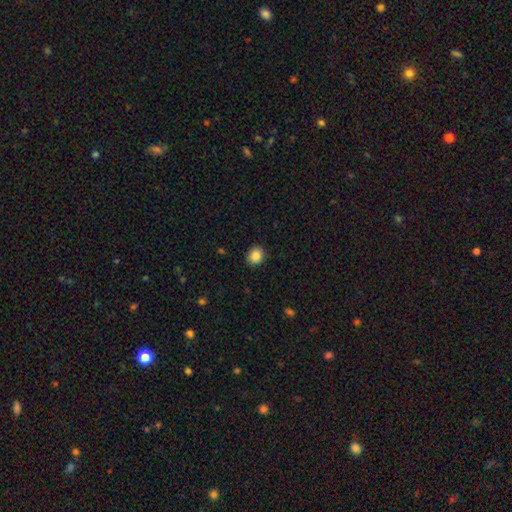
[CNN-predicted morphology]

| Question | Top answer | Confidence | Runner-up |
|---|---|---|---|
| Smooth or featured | smooth | 86% | star or artifact (9%) |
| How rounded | round | 70% | in between (29%) |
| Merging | none | 89% | minor disturbance (8%) |